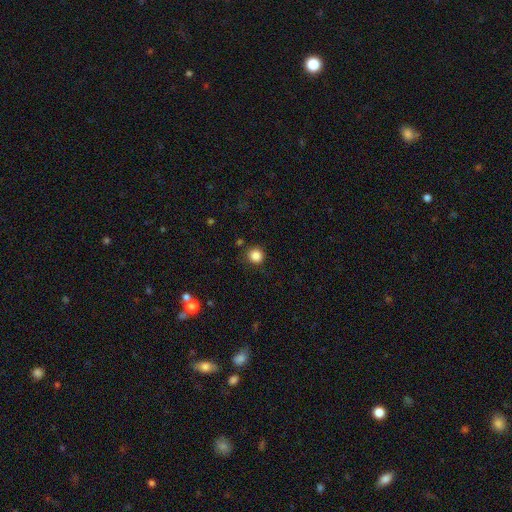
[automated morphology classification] Smooth or featured? Predicted: smooth (p=0.86). How rounded? Predicted: round (p=0.91). Merging? Predicted: none (p=0.87).